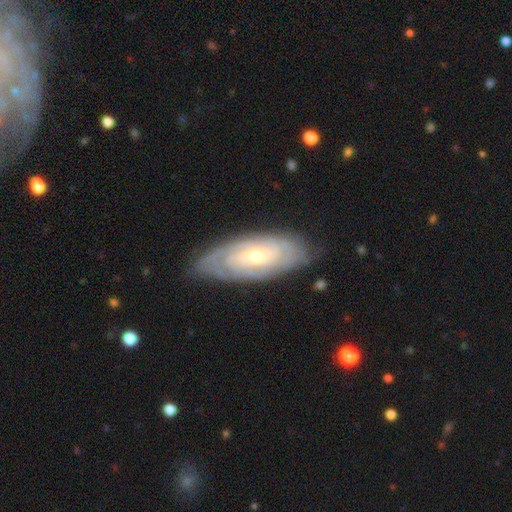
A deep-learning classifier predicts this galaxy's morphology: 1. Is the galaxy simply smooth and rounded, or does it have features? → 77% featured or disk, 17% smooth, 5% star or artifact.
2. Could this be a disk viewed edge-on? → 90% no, 10% yes.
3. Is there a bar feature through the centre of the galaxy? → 62% no, 30% weak, 8% strong.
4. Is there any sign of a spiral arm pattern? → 91% yes, 9% no.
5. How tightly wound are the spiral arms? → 74% tight, 21% medium, 5% loose.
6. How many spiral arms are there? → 51% can't tell, 21% 2, 12% 3, 8% 4, 4% more than 4, 4% 1.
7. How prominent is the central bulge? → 59% small, 36% moderate, 2% large, 1% none, 1% dominant.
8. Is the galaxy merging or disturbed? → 78% none, 17% minor disturbance, 4% major disturbance, 1% merger.